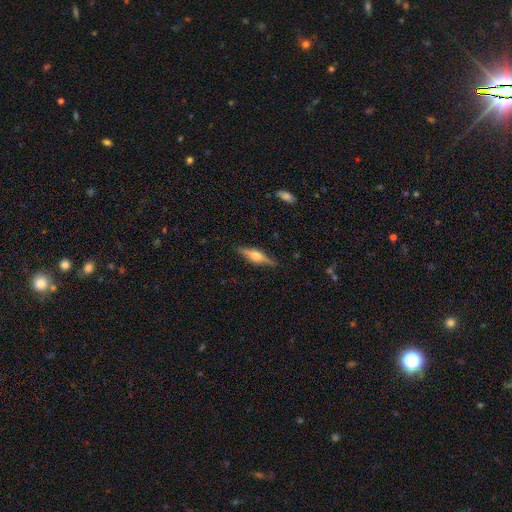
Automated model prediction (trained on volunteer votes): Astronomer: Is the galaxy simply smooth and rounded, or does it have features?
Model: featured or disk — 61%.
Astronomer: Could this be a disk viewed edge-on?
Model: yes — 95%.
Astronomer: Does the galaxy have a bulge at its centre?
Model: rounded — 85%.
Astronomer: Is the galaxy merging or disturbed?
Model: none — 86%.